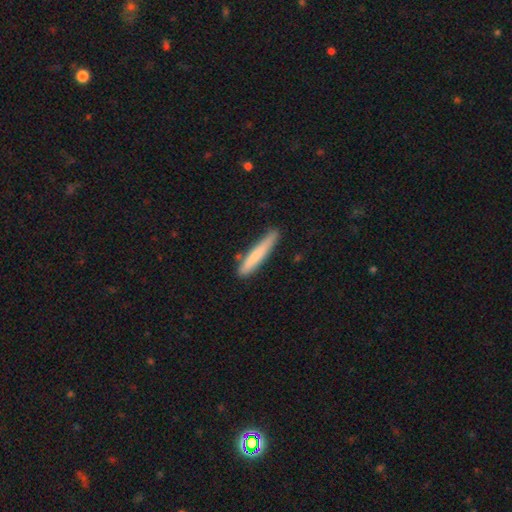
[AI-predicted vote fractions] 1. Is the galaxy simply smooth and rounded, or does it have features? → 74% smooth, 21% featured or disk, 6% star or artifact.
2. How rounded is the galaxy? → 95% cigar-shaped, 4% in between, 1% round.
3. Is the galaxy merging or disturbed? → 78% none, 17% minor disturbance, 3% merger, 3% major disturbance.